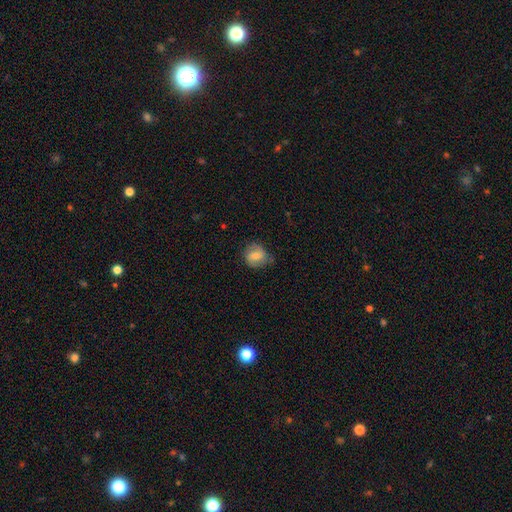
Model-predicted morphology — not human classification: smooth-or-featured: smooth: 59% | featured or disk: 33% | star or artifact: 8%
  how-rounded: round: 73% | in between: 26% | cigar-shaped: 1%
  merging: none: 67% | minor disturbance: 25% | major disturbance: 7% | merger: 1%